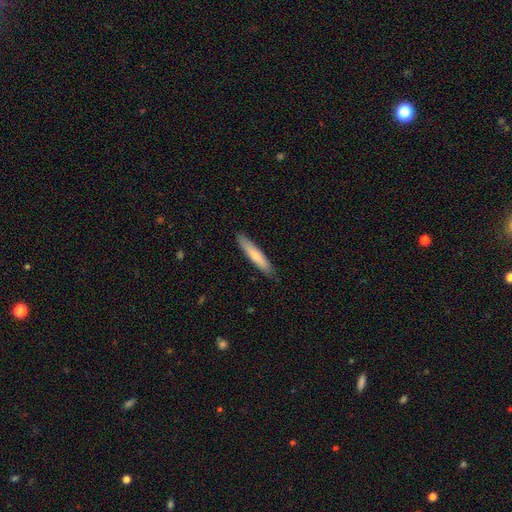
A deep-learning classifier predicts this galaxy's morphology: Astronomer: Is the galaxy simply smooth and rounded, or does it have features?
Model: smooth — 69%.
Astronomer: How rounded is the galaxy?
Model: cigar-shaped — 87%.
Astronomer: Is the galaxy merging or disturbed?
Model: none — 86%.